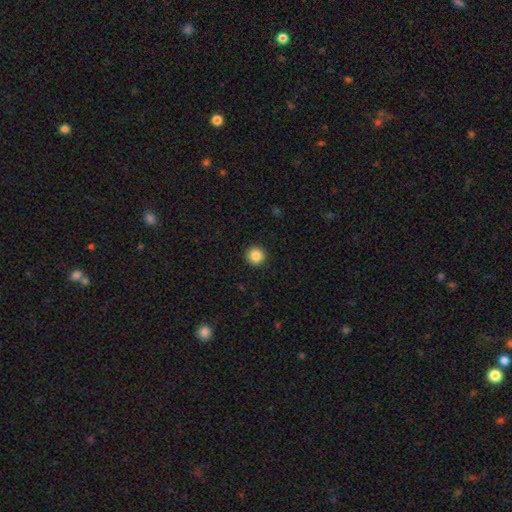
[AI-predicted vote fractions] A smooth galaxy with no disk features (86%) that is round (96%). Merging: none (93%).